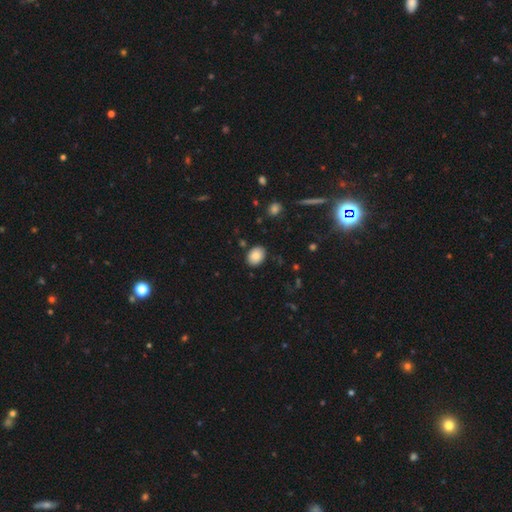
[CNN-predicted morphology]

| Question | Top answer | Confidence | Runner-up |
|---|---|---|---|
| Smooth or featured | smooth | 87% | star or artifact (8%) |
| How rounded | in between | 68% | round (31%) |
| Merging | none | 87% | minor disturbance (10%) |